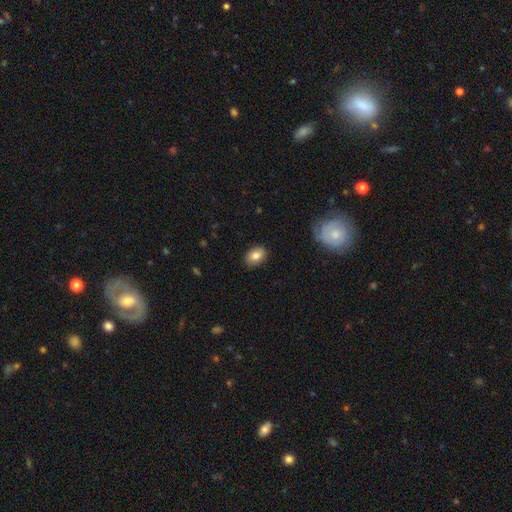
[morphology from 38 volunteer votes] Q: Smooth or featured?
A: smooth (82%); runner-up: featured or disk (13%)
Q: How rounded?
A: in between (71%); runner-up: round (29%)
Q: Merging?
A: none (94%); runner-up: minor disturbance (6%)